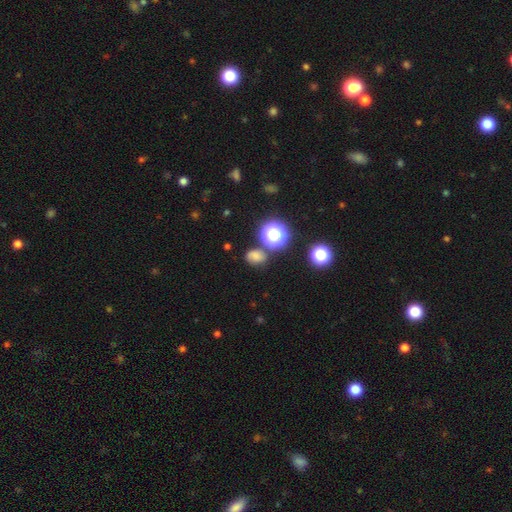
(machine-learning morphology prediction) Overall: smooth (66%). How rounded: in between (57%; round 42%). Merging: none (70%).